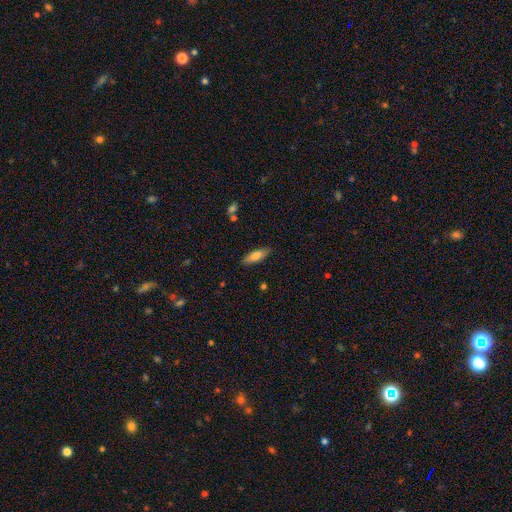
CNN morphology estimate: Smooth or featured?
  - smooth: 74% *
  - featured or disk: 20%
  - star or artifact: 6%
How rounded?
  - in between: 62% *
  - cigar-shaped: 36%
  - round: 2%
Merging?
  - none: 86% *
  - minor disturbance: 11%
  - major disturbance: 2%
  - merger: 1%